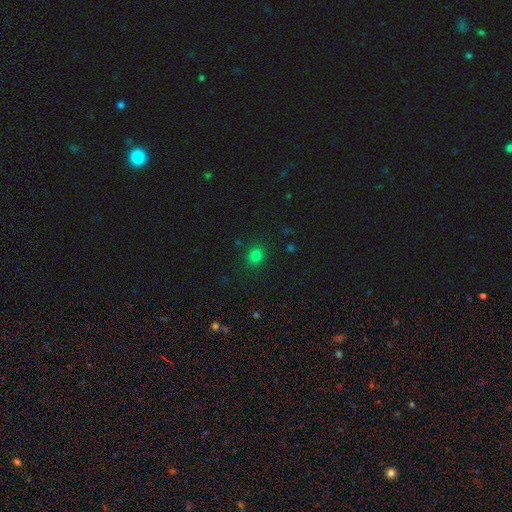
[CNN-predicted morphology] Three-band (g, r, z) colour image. It shows a smooth galaxy with no disk features (78%) that is round (70%). Merging: none (86%).